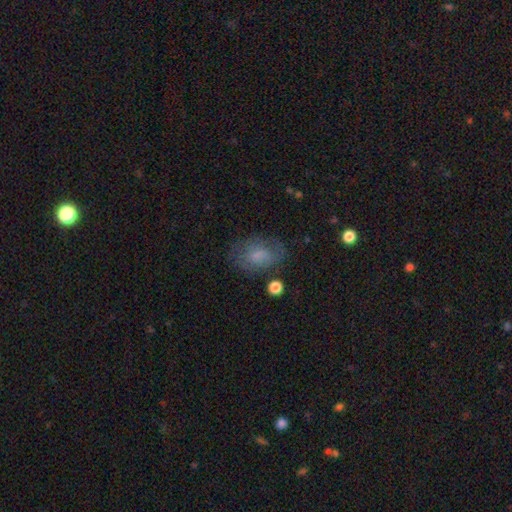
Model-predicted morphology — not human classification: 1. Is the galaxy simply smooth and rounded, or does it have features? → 58% smooth, 30% featured or disk, 13% star or artifact.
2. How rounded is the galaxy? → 81% in between, 17% round, 2% cigar-shaped.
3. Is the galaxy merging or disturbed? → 67% none, 20% minor disturbance, 10% major disturbance, 2% merger.